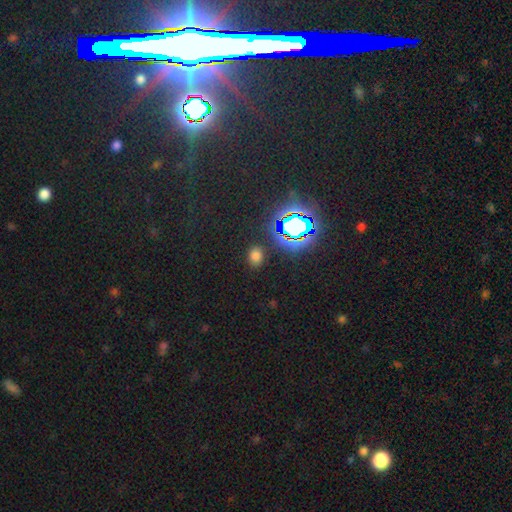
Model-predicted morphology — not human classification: The model was most divided on "how rounded": in between: 56%, round: 42%, cigar-shaped: 2%. More confident: merging — none (87%); smooth or featured — smooth (65%).